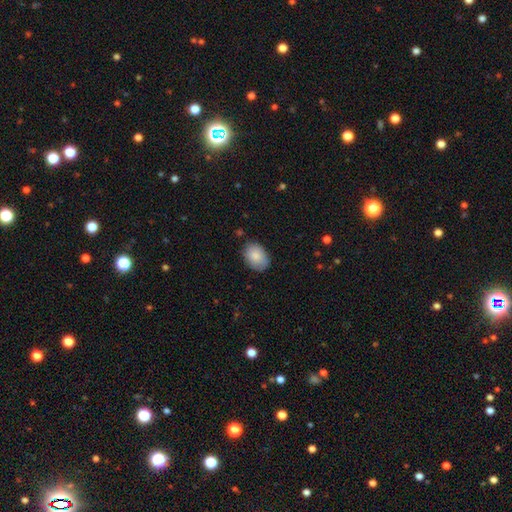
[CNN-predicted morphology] This appears to be a smooth galaxy with no disk features (85%) that is in between round and cigar-shaped (81%). Merging: none (79%).